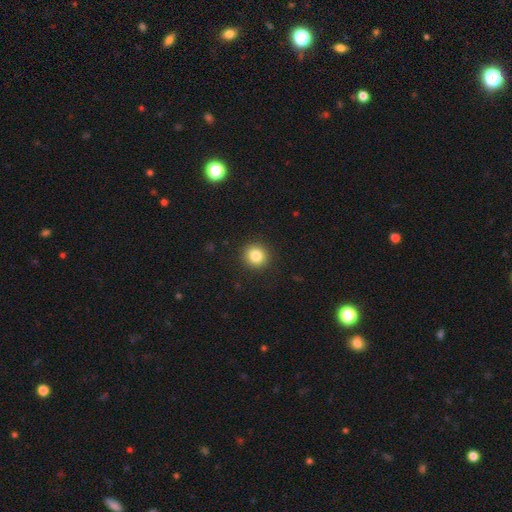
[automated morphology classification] The model was most divided on "smooth or featured": smooth: 84%, star or artifact: 10%, featured or disk: 6%. More confident: merging — none (91%); how rounded — round (91%).